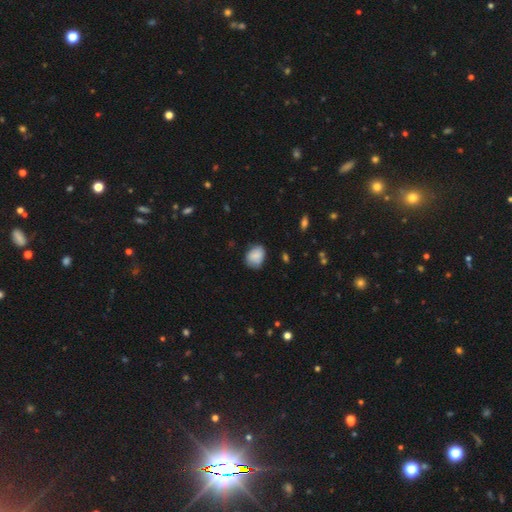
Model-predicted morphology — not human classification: A smooth galaxy with no disk features (81%) that is in between round and cigar-shaped (60%).

Vote fractions:
- Smooth or featured? smooth: 81% / featured or disk: 11% / star or artifact: 8%
- How rounded? in between: 60% / round: 39% / cigar-shaped: 1%
- Merging? none: 67% / minor disturbance: 26% / major disturbance: 5% / merger: 2%